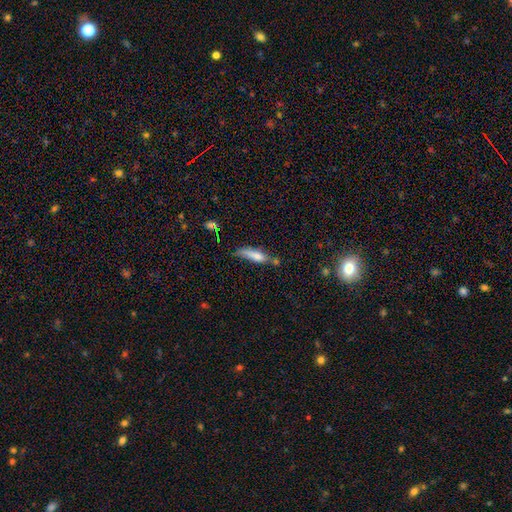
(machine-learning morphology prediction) Smooth or featured?
  - smooth: 67% *
  - featured or disk: 25%
  - star or artifact: 8%
How rounded?
  - cigar-shaped: 71% *
  - in between: 27%
  - round: 2%
Merging?
  - none: 49% *
  - minor disturbance: 29%
  - merger: 12%
  - major disturbance: 10%